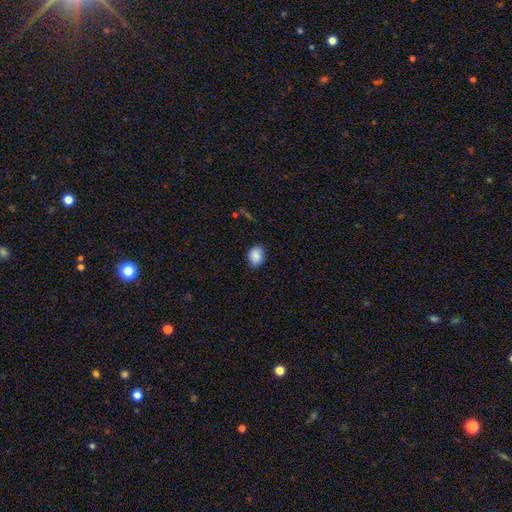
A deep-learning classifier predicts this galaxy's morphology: A smooth galaxy with no disk features (89%) that is in between round and cigar-shaped (56%). Merging: none (86%).